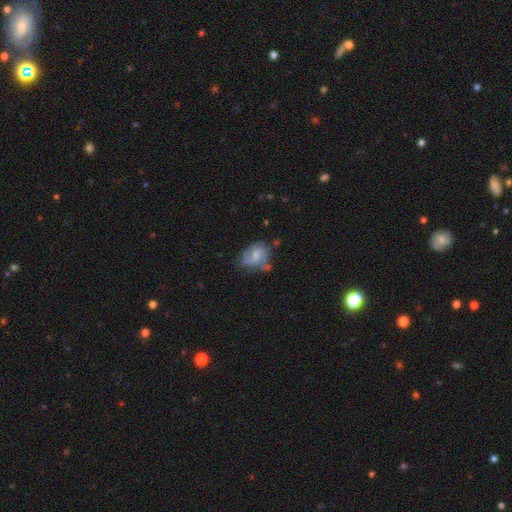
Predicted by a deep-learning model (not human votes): This is possibly a featured or disk galaxy (60%). It is clearly not viewed edge-on (97%). Bar: possibly no (53%). Spiral arm pattern: likely yes (80%). Central bulge: marginally small (42%, tied with moderate). Merging: marginally none (42%).